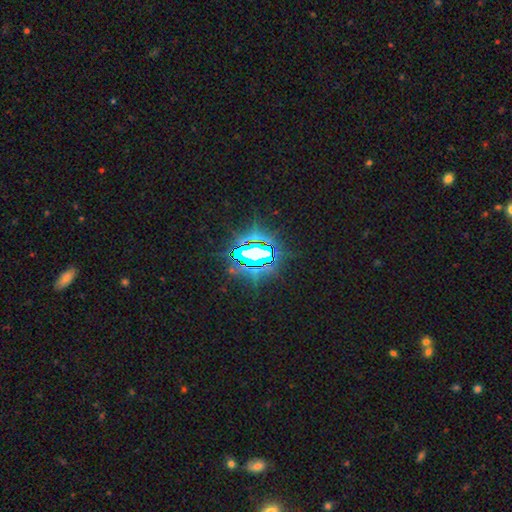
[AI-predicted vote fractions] star or artifact 81%, featured or disk 9%, smooth 9%.